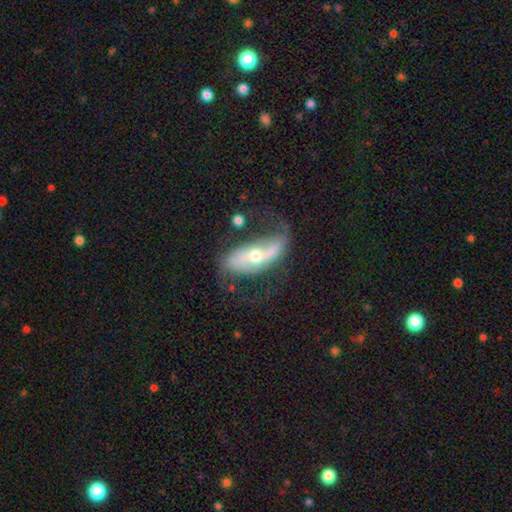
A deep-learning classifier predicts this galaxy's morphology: Smooth or featured? Predicted: featured or disk (p=0.76). Edge-on disk? Predicted: no (p=0.84). Bar? Predicted: no (p=0.41). Spiral arms? Predicted: yes (p=0.83). Spiral winding? Predicted: loose (p=0.65). Spiral arm count? Predicted: 2 (p=0.83). Bulge size? Predicted: moderate (p=0.57). Merging? Predicted: none (p=0.52).